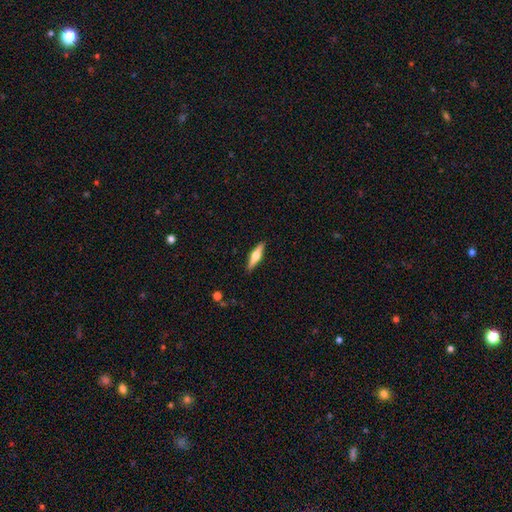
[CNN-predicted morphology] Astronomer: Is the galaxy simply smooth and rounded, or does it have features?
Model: featured or disk — 58% (runner-up: smooth, 36%).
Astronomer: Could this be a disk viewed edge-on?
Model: yes — 96%.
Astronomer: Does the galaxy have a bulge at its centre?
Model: rounded — 94%.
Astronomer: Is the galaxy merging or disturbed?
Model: none — 90%.